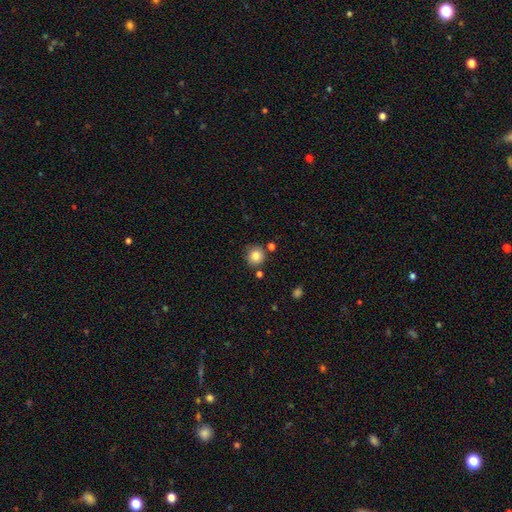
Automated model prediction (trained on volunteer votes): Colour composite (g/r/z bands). It shows a smooth galaxy with no disk features (81%) that is round (93%). Merging: none (81%).